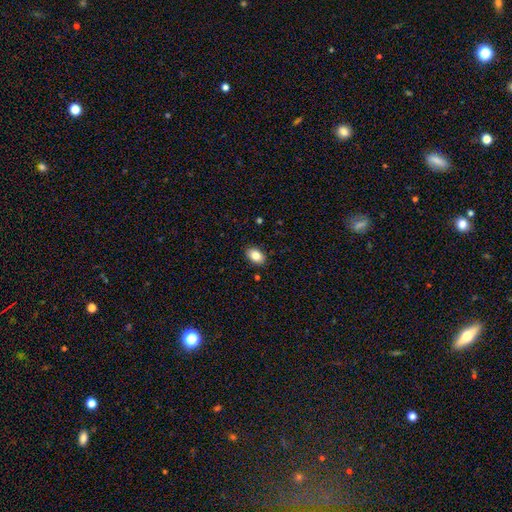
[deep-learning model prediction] This is clearly a smooth galaxy (85%). How rounded: clearly in between (88%). Merging: clearly none (89%).